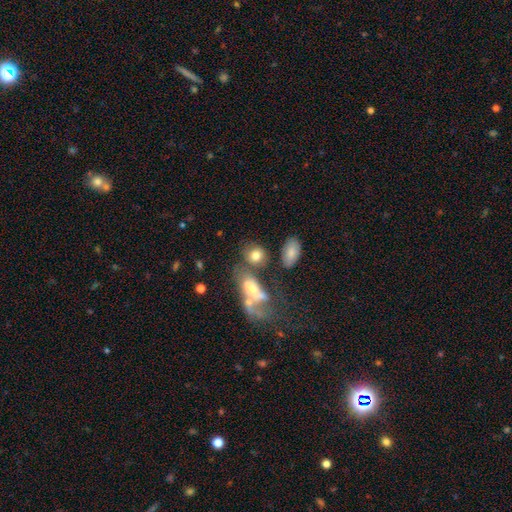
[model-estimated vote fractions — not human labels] The model was most divided on "how rounded": round: 51%, in between: 45%, cigar-shaped: 3%. Remaining: smooth or featured — smooth (74%); merging — none (44%).